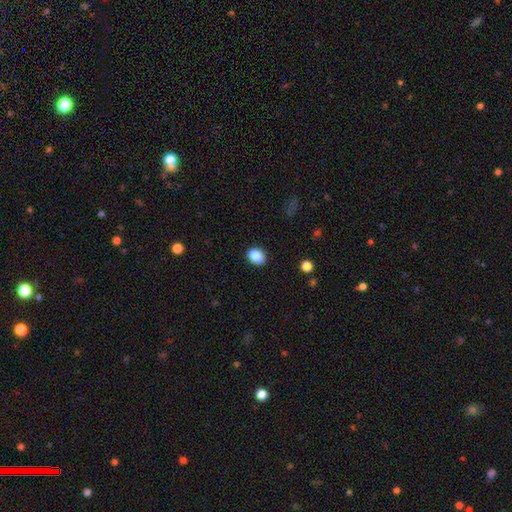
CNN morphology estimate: Smooth or featured? Predicted: smooth (p=0.88). How rounded? Predicted: in between (p=0.60). Merging? Predicted: none (p=0.87).